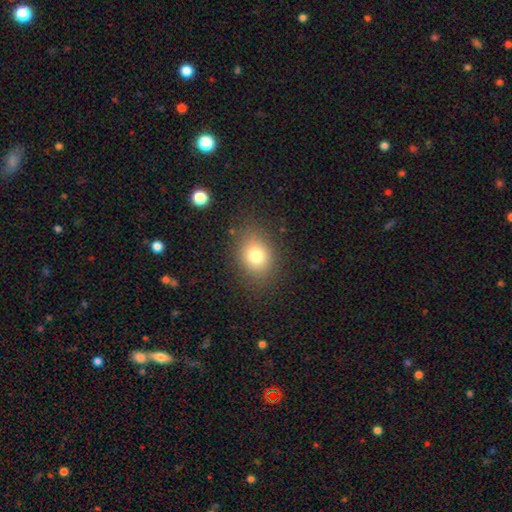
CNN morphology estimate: Smooth or featured: smooth — 76% (star or artifact — 12%)
How rounded: in between — 53% (round — 46%)
Merging: none — 81% (minor disturbance — 12%)